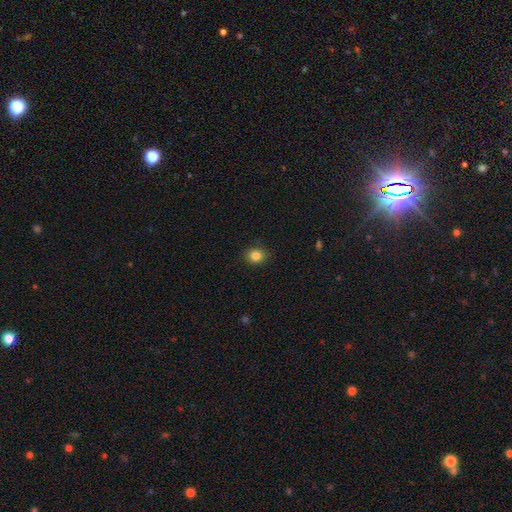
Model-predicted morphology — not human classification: smooth-or-featured: smooth: 84% | star or artifact: 11% | featured or disk: 5%
  how-rounded: round: 72% | in between: 27% | cigar-shaped: 1%
  merging: none: 88% | minor disturbance: 9% | major disturbance: 2% | merger: 1%